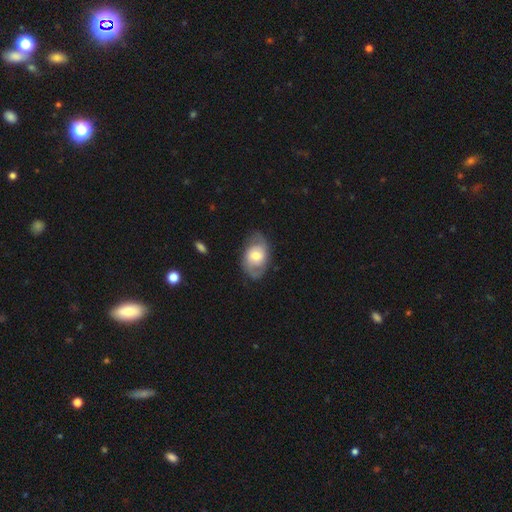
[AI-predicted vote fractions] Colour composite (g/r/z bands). It shows a featured or disk galaxy (59%) with no bar (59%), spiral arms (81%) and a moderate central bulge (60%). Merging: none (71%).